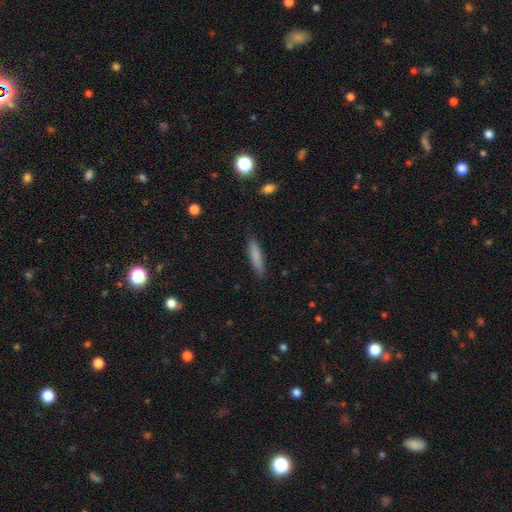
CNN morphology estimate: Overall: smooth (81%). How rounded: cigar-shaped (85%). Merging: none (86%).